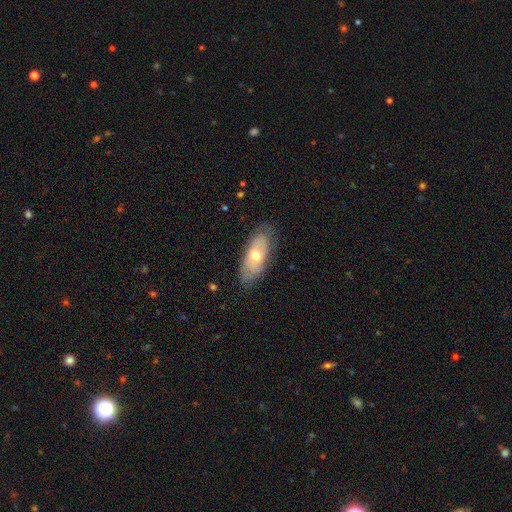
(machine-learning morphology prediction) A smooth galaxy with no disk features (51%) that is in between round and cigar-shaped (81%).

Vote fractions:
- Smooth or featured? smooth: 51% / featured or disk: 43% / star or artifact: 6%
- How rounded? in between: 81% / cigar-shaped: 16% / round: 3%
- Merging? none: 74% / minor disturbance: 20% / major disturbance: 5% / merger: 1%